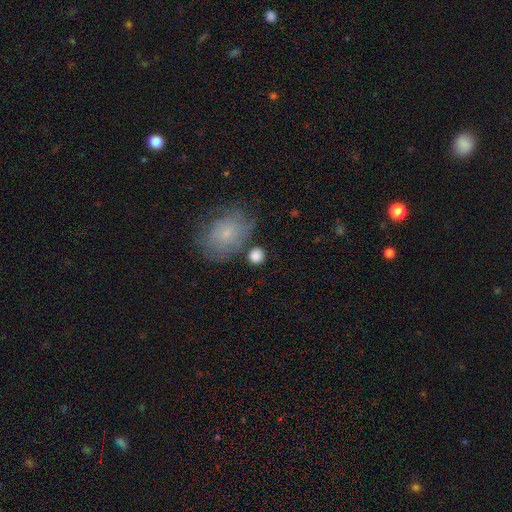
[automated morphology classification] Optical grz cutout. It shows a smooth galaxy with no disk features (84%) that is round (82%). Merging: none (75%).